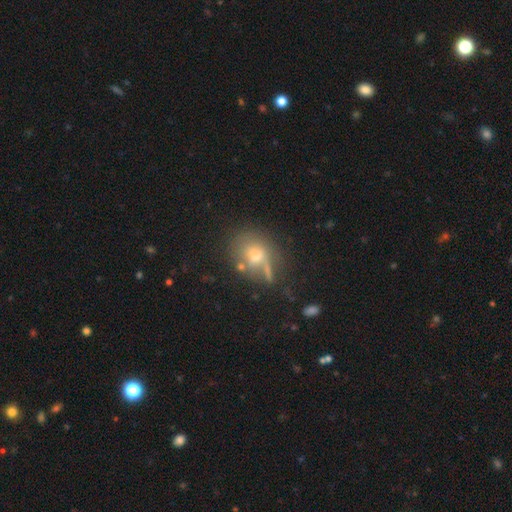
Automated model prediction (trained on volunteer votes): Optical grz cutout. It shows a smooth galaxy with no disk features (58%) that is round (58%). Merging: none (52%).